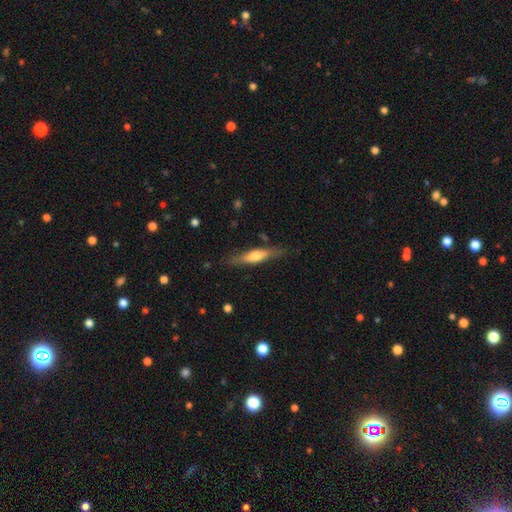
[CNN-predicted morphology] type=smooth (50%); roundness=cigar-shaped (77%); merging=none (81%).